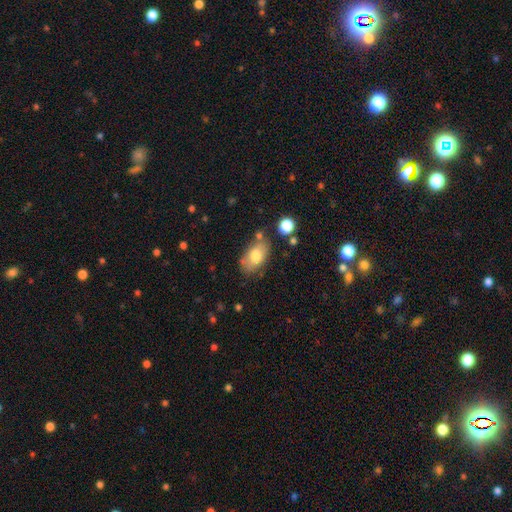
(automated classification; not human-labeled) Smooth or featured? smooth (76%)
How rounded? in between (91%)
Merging? none (68%)